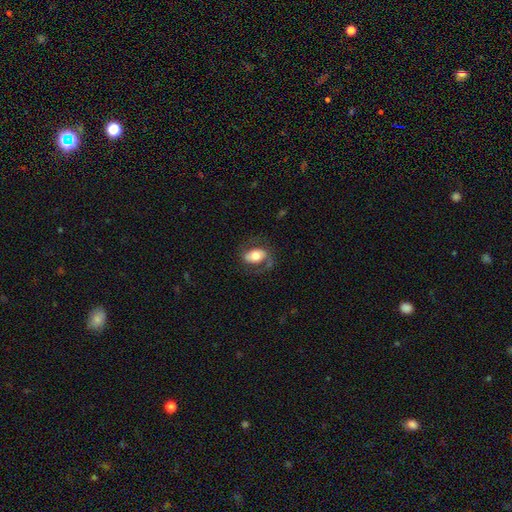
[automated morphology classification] smooth_or_featured: smooth (p=0.53) [alt: featured or disk p=0.40]
how_rounded: in between (p=0.87) [alt: round p=0.11]
merging: none (p=0.64) [alt: minor disturbance p=0.19]